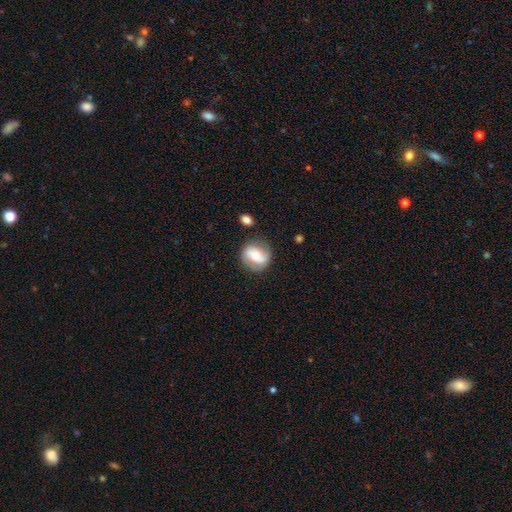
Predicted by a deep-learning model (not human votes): This appears to be a featured or disk galaxy (47%). Merging: none (79%).